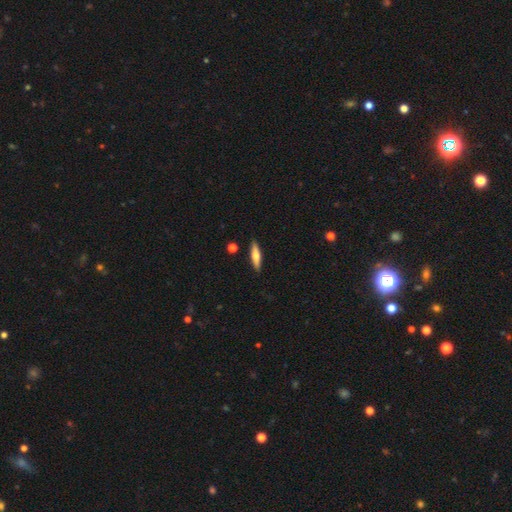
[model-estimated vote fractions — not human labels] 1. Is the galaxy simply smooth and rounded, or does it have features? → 57% smooth, 37% featured or disk, 6% star or artifact.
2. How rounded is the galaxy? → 73% cigar-shaped, 25% in between, 2% round.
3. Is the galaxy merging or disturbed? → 89% none, 7% minor disturbance, 2% merger, 2% major disturbance.